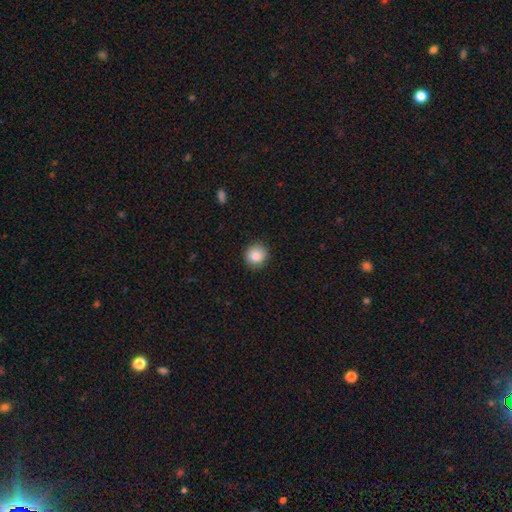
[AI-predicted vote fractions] A smooth galaxy with no disk features (87%) that is round (91%).

Vote fractions:
- Smooth or featured? smooth: 87% / star or artifact: 8% / featured or disk: 4%
- How rounded? round: 91% / in between: 9% / cigar-shaped: 1%
- Merging? none: 89% / minor disturbance: 8% / major disturbance: 2% / merger: 1%